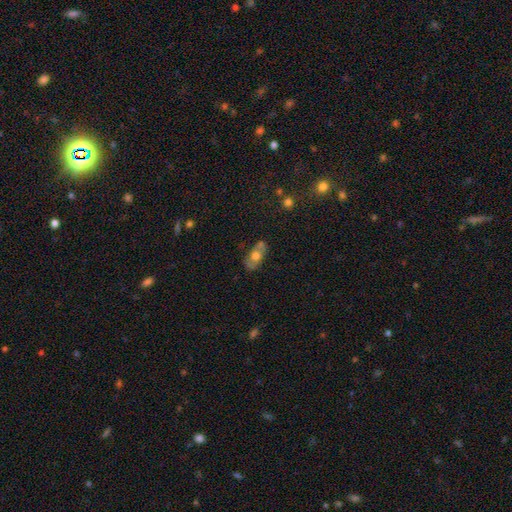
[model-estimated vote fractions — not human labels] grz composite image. It shows a smooth galaxy with no disk features (54%) that is in between round and cigar-shaped (86%). Merging: none (64%).